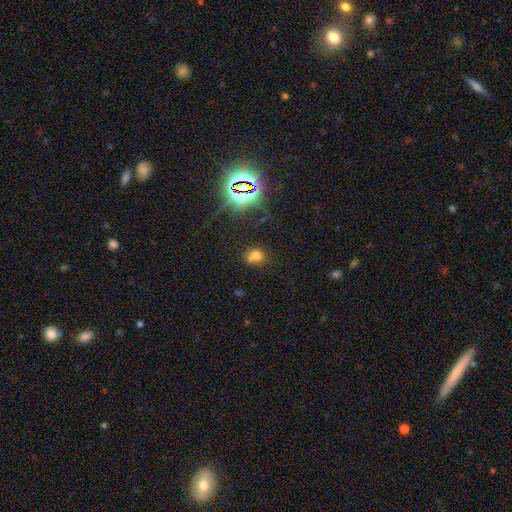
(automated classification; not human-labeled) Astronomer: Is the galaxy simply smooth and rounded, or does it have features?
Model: smooth — 63%.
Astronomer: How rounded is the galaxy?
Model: round — 68%.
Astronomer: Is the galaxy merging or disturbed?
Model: none — 48% (runner-up: merger, 33%).